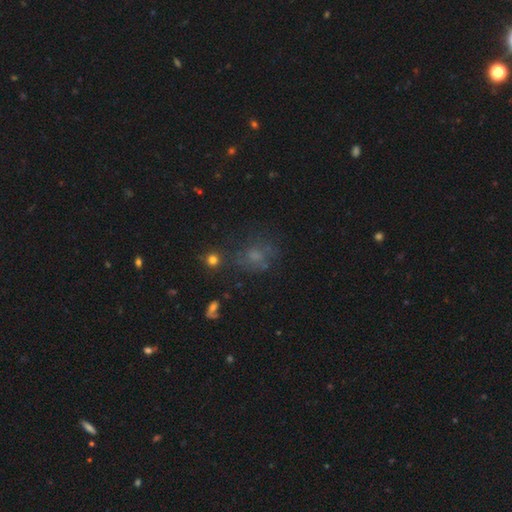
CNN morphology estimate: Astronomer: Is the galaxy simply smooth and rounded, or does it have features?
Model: smooth — 46% (runner-up: star or artifact, 31%).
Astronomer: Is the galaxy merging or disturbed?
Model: none — 54%.